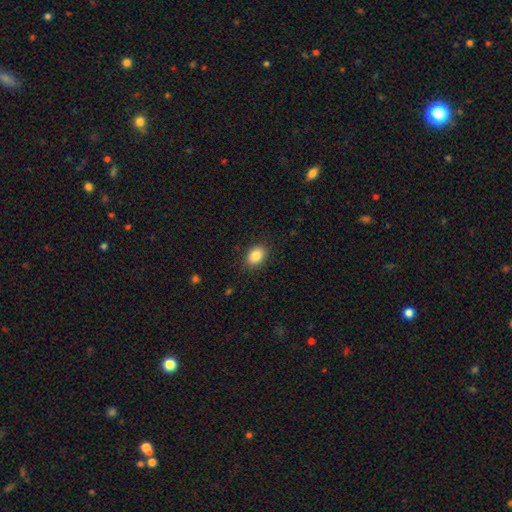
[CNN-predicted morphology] Overall: smooth (86%). How rounded: in between (76%). Merging: none (88%).